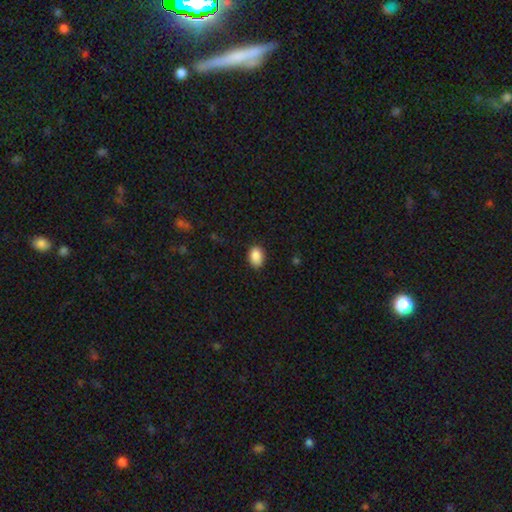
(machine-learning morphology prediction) Smooth or featured: smooth — 88% (star or artifact — 8%)
How rounded: in between — 79% (round — 20%)
Merging: none — 84% (minor disturbance — 13%)